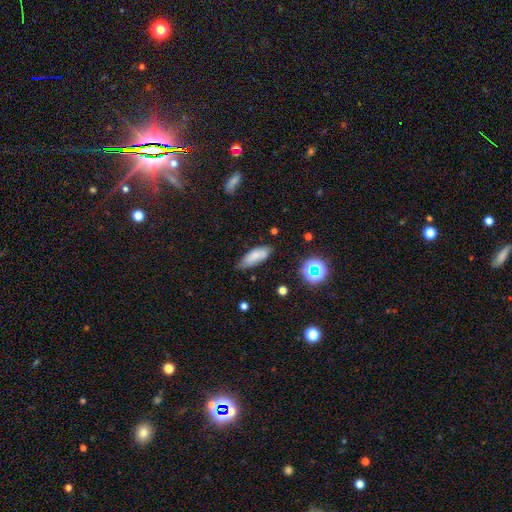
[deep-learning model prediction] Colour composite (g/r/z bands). It shows a smooth galaxy with no disk features (71%) that is in between round and cigar-shaped (72%). Merging: none (69%).